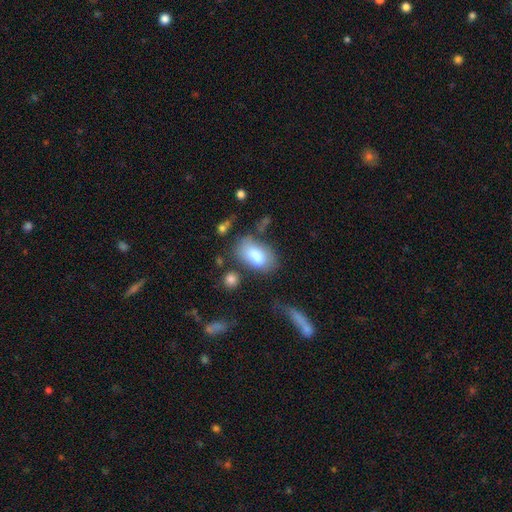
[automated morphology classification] A smooth galaxy with no disk features (77%) that is in between round and cigar-shaped (91%).

Vote fractions:
- Smooth or featured? smooth: 77% / featured or disk: 16% / star or artifact: 8%
- How rounded? in between: 91% / round: 7% / cigar-shaped: 2%
- Merging? none: 53% / minor disturbance: 24% / major disturbance: 12% / merger: 11%